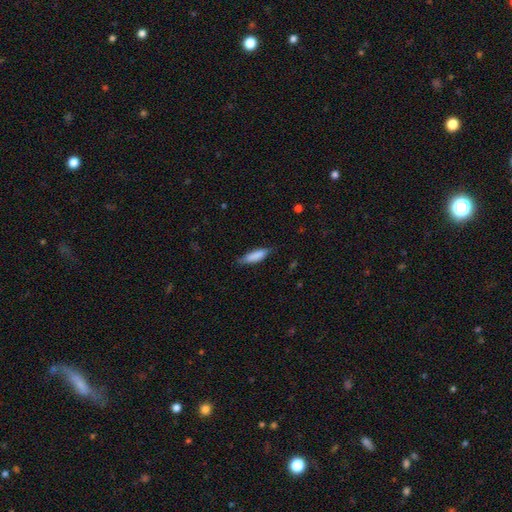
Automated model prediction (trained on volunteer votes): smooth_or_featured: smooth (p=0.83) [alt: featured or disk p=0.11]
how_rounded: cigar-shaped (p=0.56) [alt: in between p=0.42]
merging: none (p=0.74) [alt: minor disturbance p=0.21]